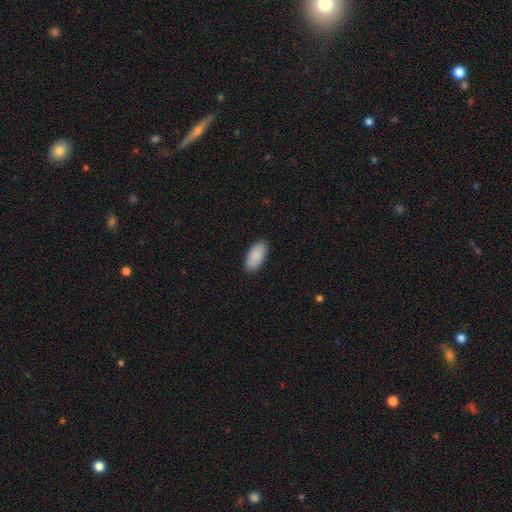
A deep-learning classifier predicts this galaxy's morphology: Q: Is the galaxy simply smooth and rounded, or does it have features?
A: smooth — 88%.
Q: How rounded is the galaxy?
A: in between — 94%.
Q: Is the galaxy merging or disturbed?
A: none — 89%.